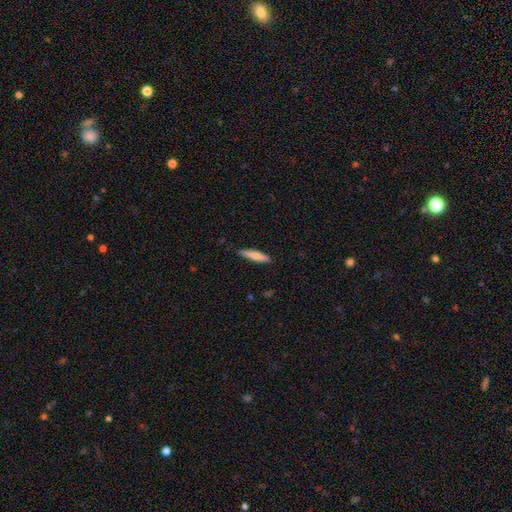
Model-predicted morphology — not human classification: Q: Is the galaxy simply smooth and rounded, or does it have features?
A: smooth — 77%.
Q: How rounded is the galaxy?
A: cigar-shaped — 85%.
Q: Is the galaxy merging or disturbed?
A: none — 88%.